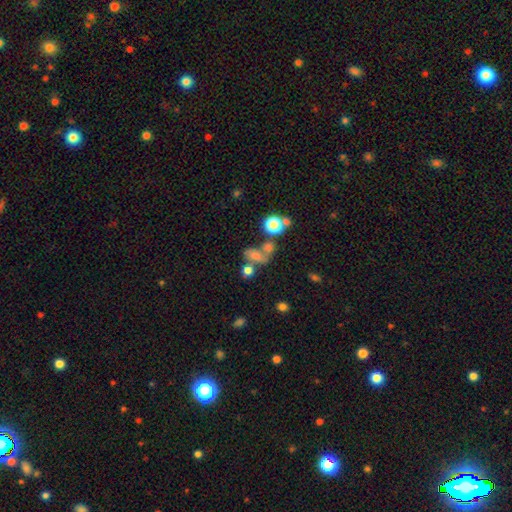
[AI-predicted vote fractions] This appears to be a smooth galaxy with no disk features (63%) that is in between round and cigar-shaped (60%). Merging: merger (41%).